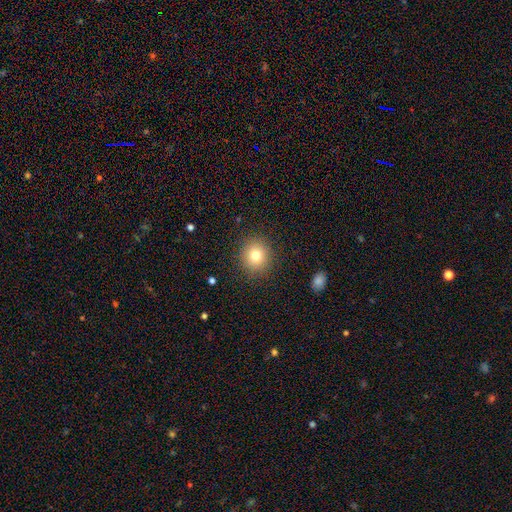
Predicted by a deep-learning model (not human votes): Morphology: type=smooth (78%); roundness=round (87%); merging=none (90%).